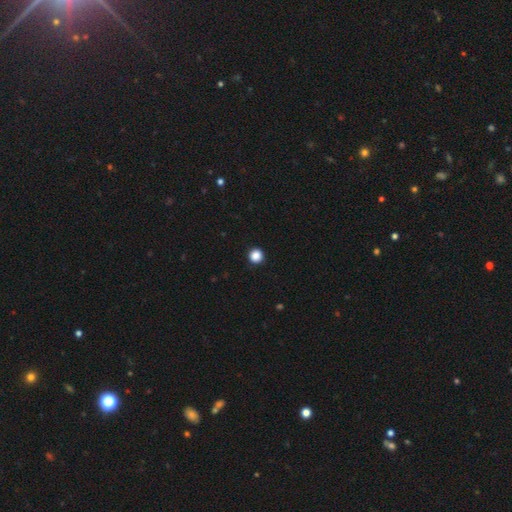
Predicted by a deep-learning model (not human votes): smooth-or-featured: smooth: 87% | star or artifact: 11% | featured or disk: 2%
  how-rounded: round: 96% | in between: 3% | cigar-shaped: 1%
  merging: none: 93% | minor disturbance: 4% | major disturbance: 1% | merger: 1%